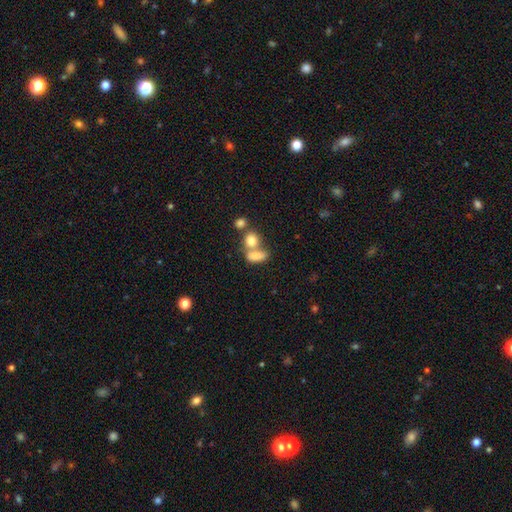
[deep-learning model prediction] Morphology: type=smooth (79%); roundness=in between (72%); merging=merger (49%).